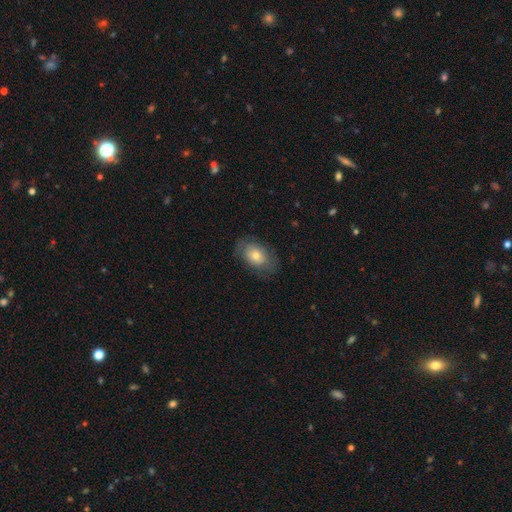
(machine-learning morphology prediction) smooth 62%, featured or disk 30%, star or artifact 8%. Down the decision tree: how rounded — in between (82%); merging — none (72%).